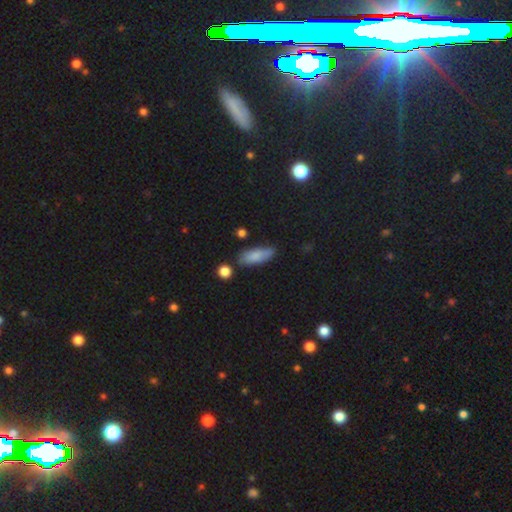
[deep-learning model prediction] Overall: smooth (80%). How rounded: in between (64%; cigar-shaped 33%). Merging: none (70%).